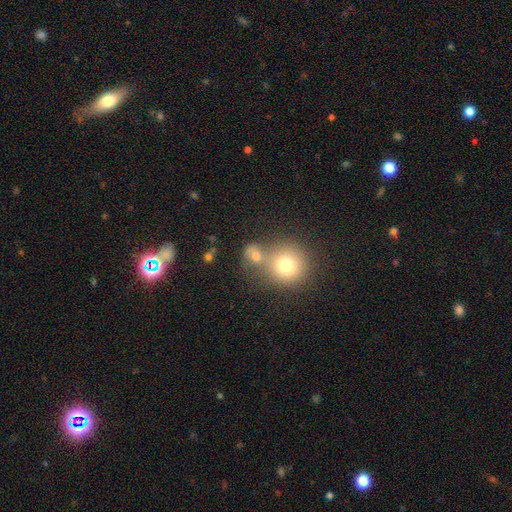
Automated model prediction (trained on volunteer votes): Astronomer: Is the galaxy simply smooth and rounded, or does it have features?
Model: smooth — 72%.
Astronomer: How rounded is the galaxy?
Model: round — 72%.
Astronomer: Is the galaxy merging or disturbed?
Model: merger — 44% (runner-up: none, 40%).